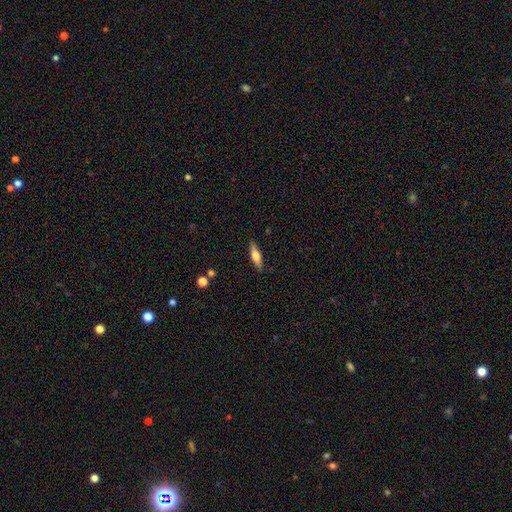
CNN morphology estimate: This appears to be a smooth galaxy with no disk features (57%) that is cigar-shaped (58%). Merging: none (87%).